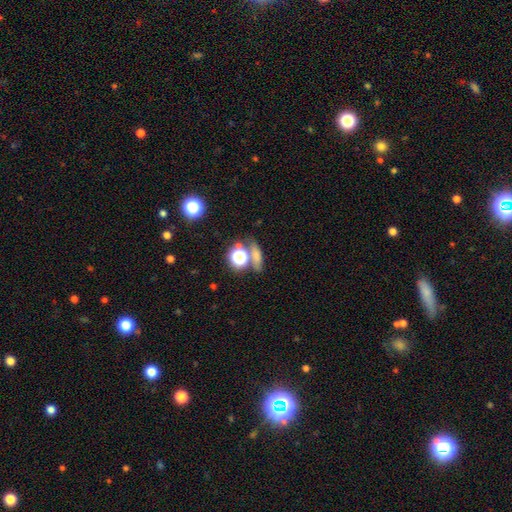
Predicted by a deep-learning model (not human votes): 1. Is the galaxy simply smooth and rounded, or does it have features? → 61% smooth, 24% star or artifact, 15% featured or disk.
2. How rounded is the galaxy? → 37% round, 32% in between, 31% cigar-shaped.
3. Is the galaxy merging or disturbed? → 65% none, 18% merger, 11% minor disturbance, 6% major disturbance.